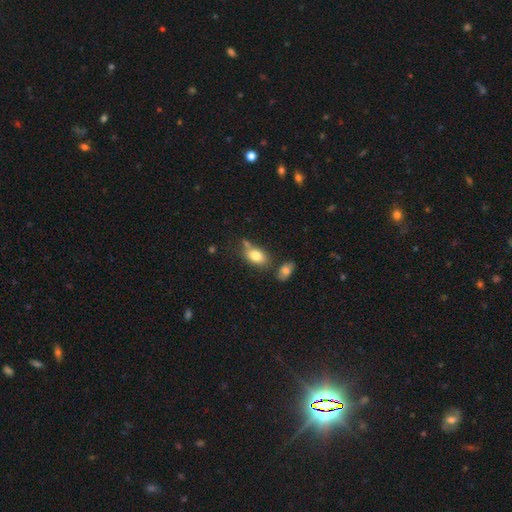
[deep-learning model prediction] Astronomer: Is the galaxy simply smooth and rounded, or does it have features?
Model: smooth — 79%.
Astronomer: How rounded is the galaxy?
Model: in between — 86%.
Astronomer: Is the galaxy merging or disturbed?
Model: none — 55%.